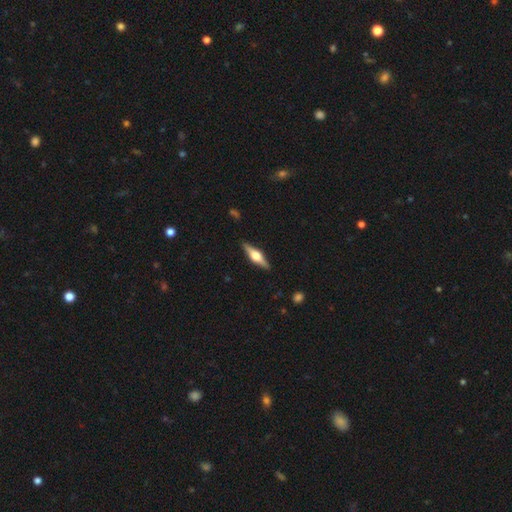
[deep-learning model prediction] The model was most divided on "smooth or featured": featured or disk: 70%, smooth: 25%, star or artifact: 6%. More confident: edge-on disk — yes (97%); edge-on bulge — rounded (92%); merging — none (89%).